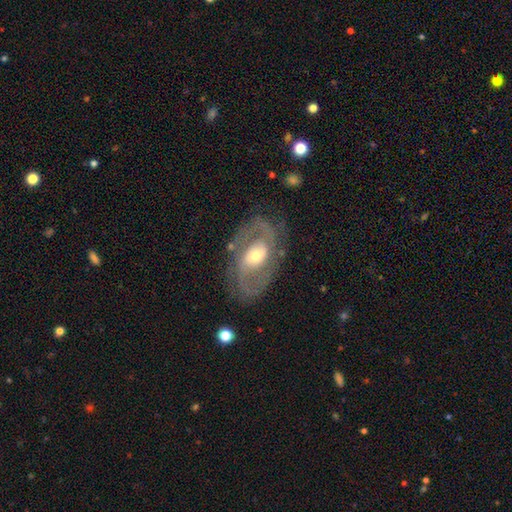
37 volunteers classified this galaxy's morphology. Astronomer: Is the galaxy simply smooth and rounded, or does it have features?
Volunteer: featured or disk — 89%.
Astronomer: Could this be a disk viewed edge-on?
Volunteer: no — 97%.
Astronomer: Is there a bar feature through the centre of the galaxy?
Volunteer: no — 59%.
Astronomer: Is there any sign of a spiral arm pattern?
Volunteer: yes — 97%.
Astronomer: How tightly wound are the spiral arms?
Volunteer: tight — 42% (runner-up: medium, 32%).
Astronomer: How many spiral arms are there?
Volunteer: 2 — 90%.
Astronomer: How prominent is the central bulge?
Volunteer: moderate — 72%.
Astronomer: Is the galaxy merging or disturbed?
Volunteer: none — 72%.